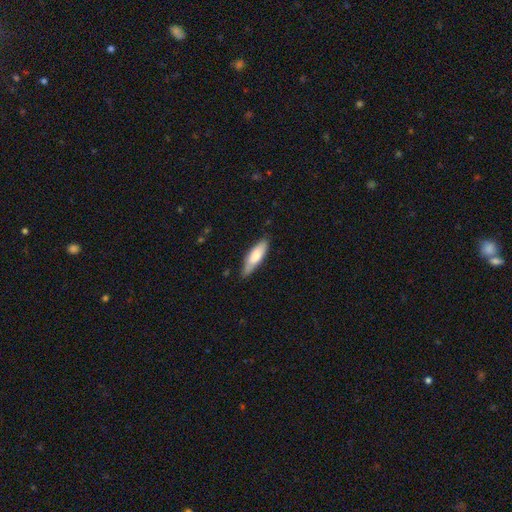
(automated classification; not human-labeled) The model was most divided on "how rounded": cigar-shaped: 50%, in between: 48%, round: 2%. More confident: merging — none (74%); smooth or featured — smooth (73%).